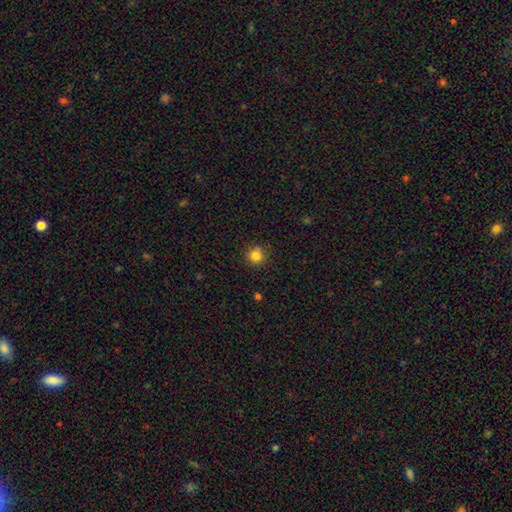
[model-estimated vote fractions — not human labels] Smooth or featured: smooth — 83% (star or artifact — 12%)
How rounded: round — 93% (in between — 6%)
Merging: none — 85% (minor disturbance — 10%)